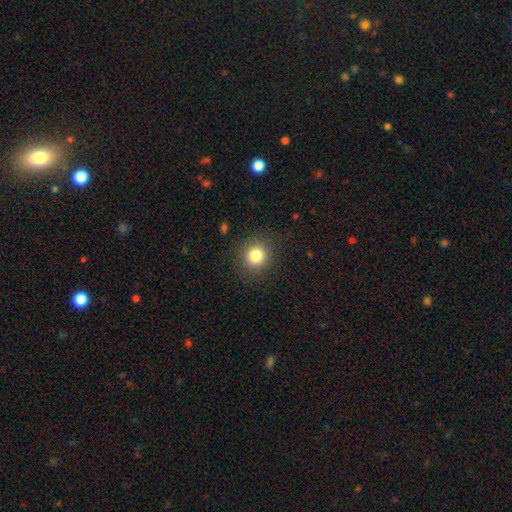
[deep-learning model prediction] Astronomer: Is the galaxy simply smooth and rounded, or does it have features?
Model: smooth — 82%.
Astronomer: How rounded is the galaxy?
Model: round — 86%.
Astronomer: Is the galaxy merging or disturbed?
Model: none — 89%.